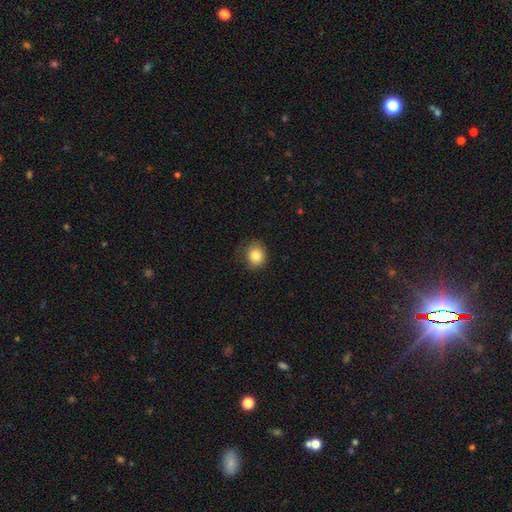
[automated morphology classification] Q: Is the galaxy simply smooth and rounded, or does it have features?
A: smooth — 83%.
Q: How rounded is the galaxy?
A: round — 81%.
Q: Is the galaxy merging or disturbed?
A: none — 72%.